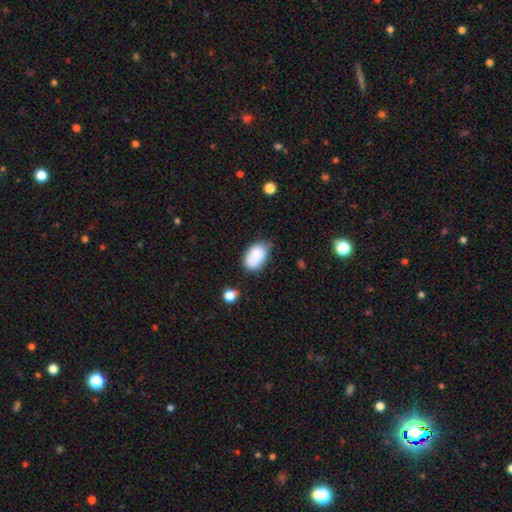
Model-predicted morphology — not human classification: Smooth or featured? Predicted: smooth (p=0.85). How rounded? Predicted: in between (p=0.91). Merging? Predicted: none (p=0.61).